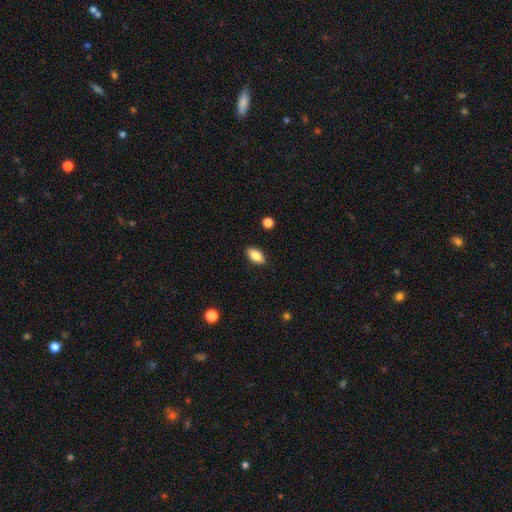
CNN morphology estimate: Smooth or featured? Predicted: smooth (p=0.85). How rounded? Predicted: in between (p=0.89). Merging? Predicted: none (p=0.88).